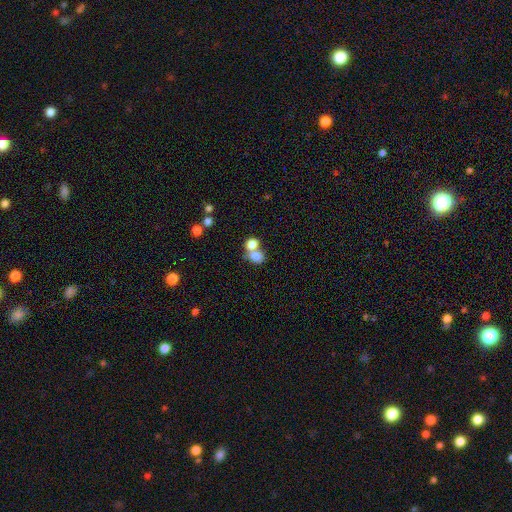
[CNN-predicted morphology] This appears to be a smooth galaxy with no disk features (77%) that is round (54%). Merging: merger (57%).